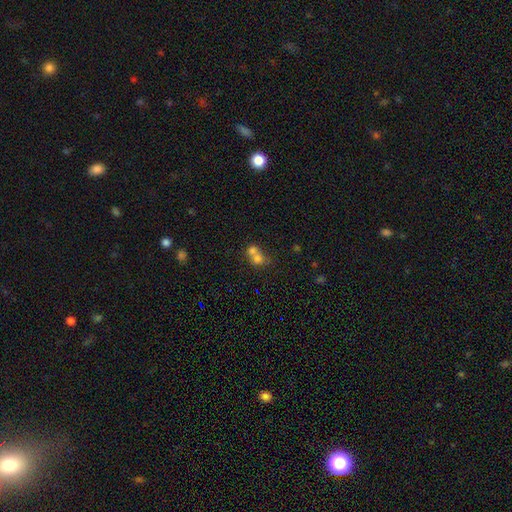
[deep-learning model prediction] smooth_or_featured: smooth (p=0.71) [alt: featured or disk p=0.16]
how_rounded: round (p=0.69) [alt: in between p=0.30]
merging: merger (p=0.69) [alt: none p=0.23]